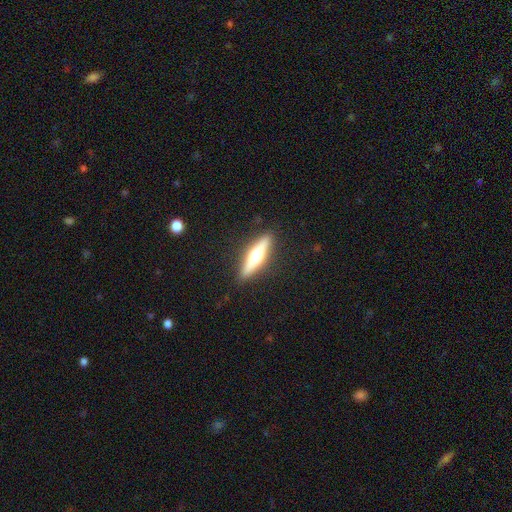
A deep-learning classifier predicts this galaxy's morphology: Q: Smooth or featured?
A: featured or disk (59%); runner-up: smooth (35%)
Q: Edge-on disk?
A: yes (96%); runner-up: no (4%)
Q: Edge-on bulge?
A: rounded (92%); runner-up: boxy (4%)
Q: Merging?
A: none (90%); runner-up: minor disturbance (7%)